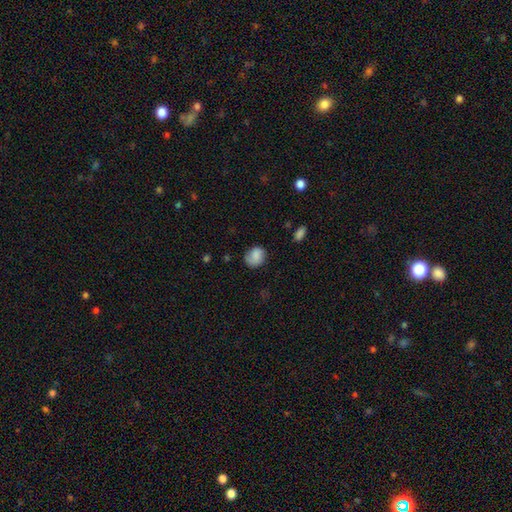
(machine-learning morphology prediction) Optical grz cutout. It shows a smooth galaxy with no disk features (81%) that is round (62%). Merging: none (68%).